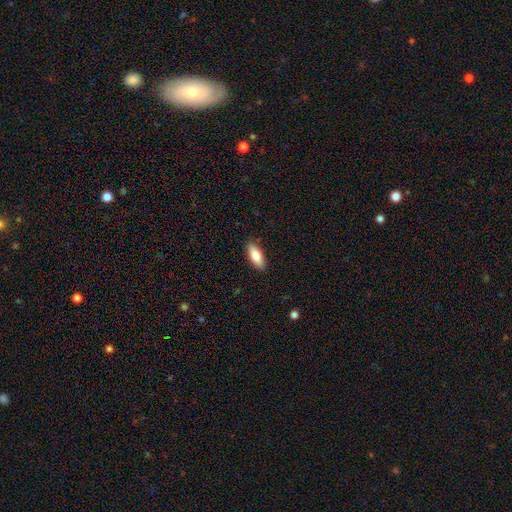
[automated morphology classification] smooth 82%, featured or disk 12%, star or artifact 6%. Down the decision tree: how rounded — in between (78%); merging — none (89%).